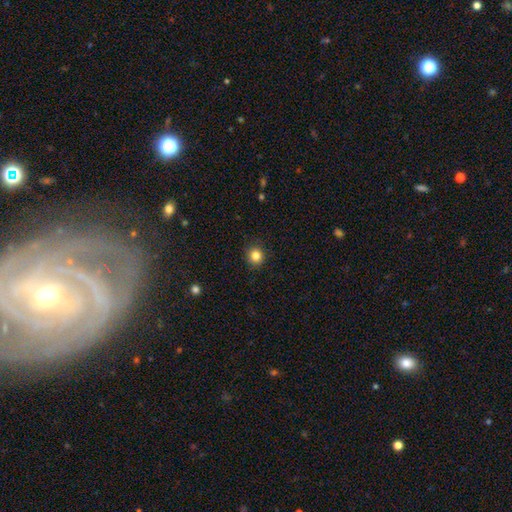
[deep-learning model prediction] smooth-or-featured: smooth: 84% | star or artifact: 11% | featured or disk: 5%
  how-rounded: round: 90% | in between: 9% | cigar-shaped: 1%
  merging: none: 91% | minor disturbance: 6% | major disturbance: 2% | merger: 1%